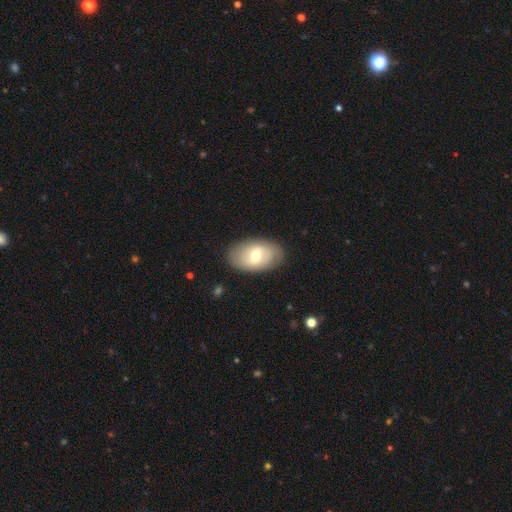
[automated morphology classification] Smooth or featured? Predicted: smooth (p=0.56). How rounded? Predicted: in between (p=0.91). Merging? Predicted: none (p=0.85).